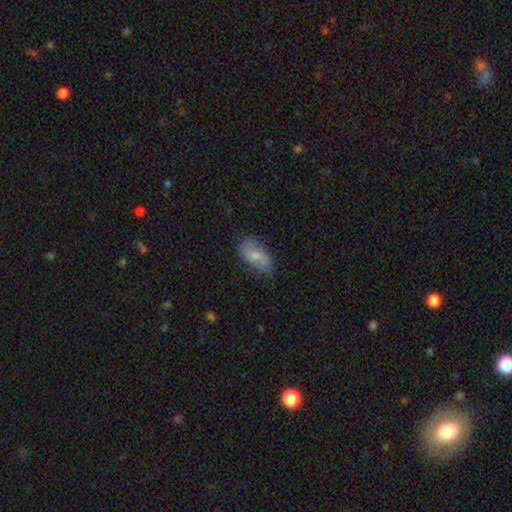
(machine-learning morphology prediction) Q: Smooth or featured?
A: smooth (64%); runner-up: featured or disk (29%)
Q: How rounded?
A: in between (91%); runner-up: cigar-shaped (5%)
Q: Merging?
A: none (68%); runner-up: minor disturbance (24%)